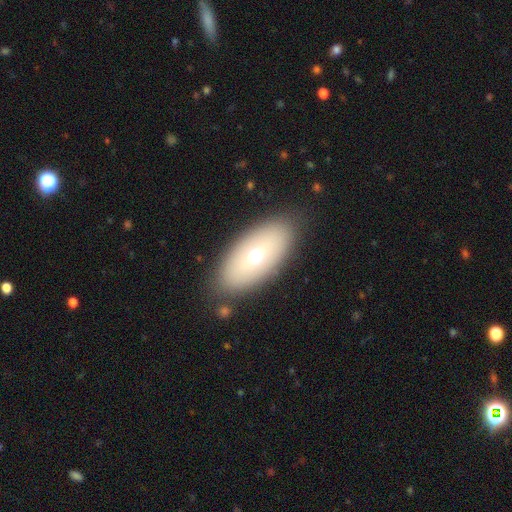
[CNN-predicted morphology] A smooth galaxy with no disk features (60%) that is in between round and cigar-shaped (90%).

Vote fractions:
- Smooth or featured? smooth: 60% / featured or disk: 31% / star or artifact: 8%
- How rounded? in between: 90% / cigar-shaped: 6% / round: 4%
- Merging? none: 86% / minor disturbance: 9% / major disturbance: 3% / merger: 2%